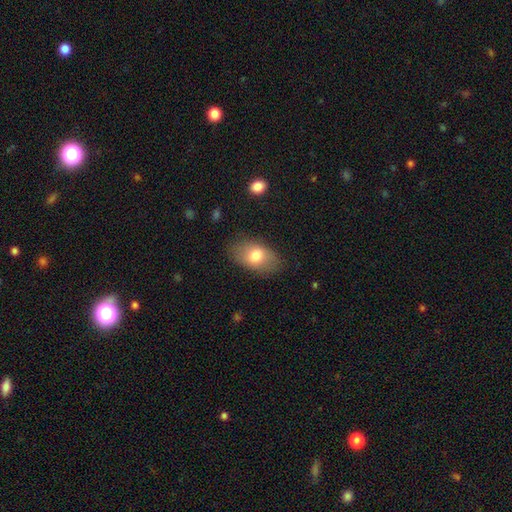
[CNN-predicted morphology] This appears to be a smooth galaxy with no disk features (74%) that is in between round and cigar-shaped (89%). Merging: none (81%).